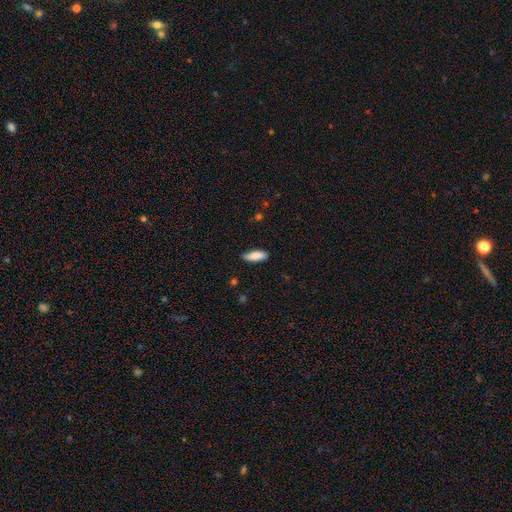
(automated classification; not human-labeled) Q: Smooth or featured?
A: smooth (84%); runner-up: featured or disk (10%)
Q: How rounded?
A: in between (69%); runner-up: cigar-shaped (29%)
Q: Merging?
A: none (84%); runner-up: minor disturbance (12%)